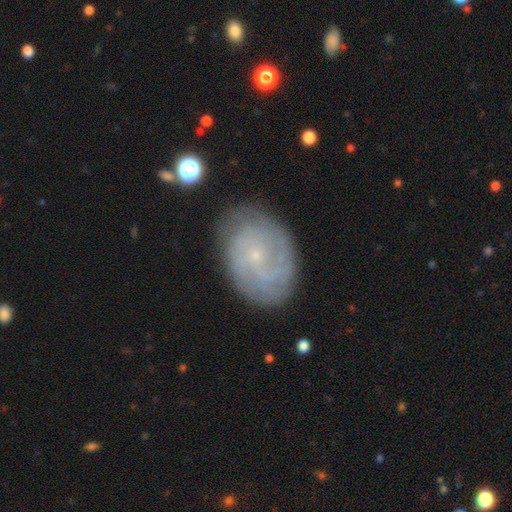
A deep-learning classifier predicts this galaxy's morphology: type=featured or disk (76%); edge-on=no (97%); bar=no (73%); spiral arms=yes (91%); winding=tight (61%); arm count=can't tell (40%); bulge=small (87%); merging=none (78%).